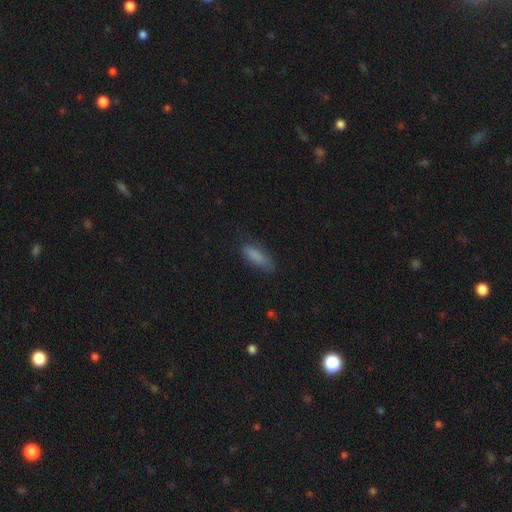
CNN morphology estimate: A smooth galaxy with no disk features (85%) that is in between round and cigar-shaped (60%).

Vote fractions:
- Smooth or featured? smooth: 85% / star or artifact: 8% / featured or disk: 7%
- How rounded? in between: 60% / cigar-shaped: 38% / round: 2%
- Merging? none: 72% / minor disturbance: 21% / major disturbance: 6% / merger: 1%